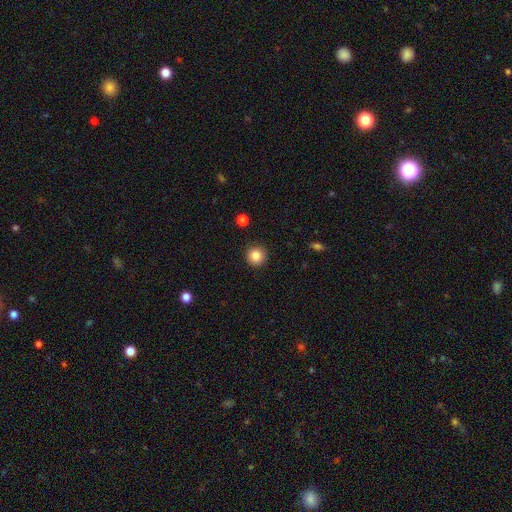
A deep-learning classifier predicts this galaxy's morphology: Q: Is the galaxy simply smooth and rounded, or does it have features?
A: smooth — 86%.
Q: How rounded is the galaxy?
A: round — 95%.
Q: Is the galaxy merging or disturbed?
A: none — 91%.